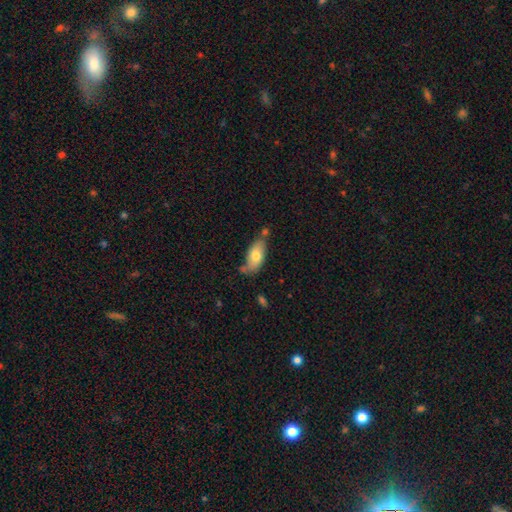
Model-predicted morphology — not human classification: Smooth or featured: smooth — 73% (featured or disk — 21%)
How rounded: in between — 90% (cigar-shaped — 7%)
Merging: none — 59% (minor disturbance — 22%)